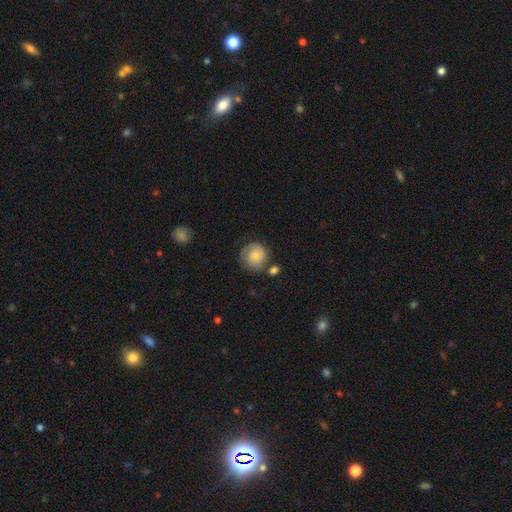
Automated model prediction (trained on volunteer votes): The model was most divided on "merging": none: 61%, minor disturbance: 22%, major disturbance: 9%, merger: 9%. More confident: how rounded — round (88%); smooth or featured — smooth (69%).